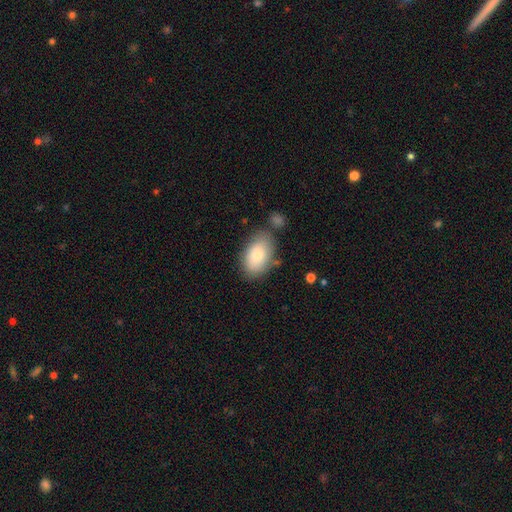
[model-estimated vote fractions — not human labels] smooth 80%, featured or disk 13%, star or artifact 7%. Down the decision tree: how rounded — in between (92%); merging — none (71%).